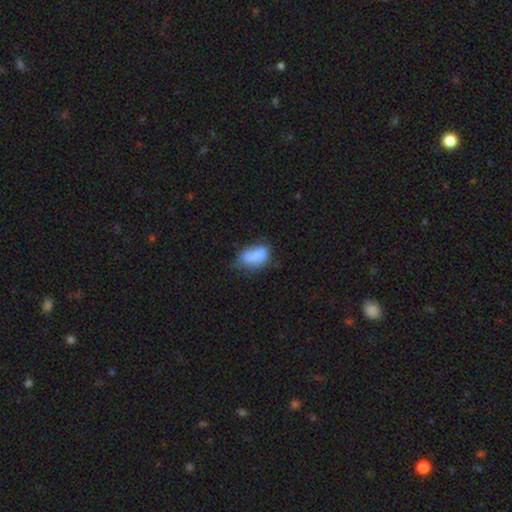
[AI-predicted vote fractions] A smooth galaxy with no disk features (73%) that is in between round and cigar-shaped (88%).

Vote fractions:
- Smooth or featured? smooth: 73% / featured or disk: 17% / star or artifact: 9%
- How rounded? in between: 88% / round: 8% / cigar-shaped: 4%
- Merging? none: 34% / minor disturbance: 33% / major disturbance: 19% / merger: 14%